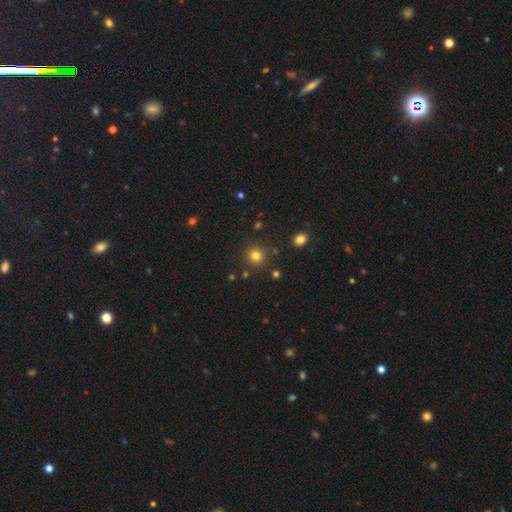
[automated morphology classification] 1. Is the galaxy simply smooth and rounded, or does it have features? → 79% smooth, 16% star or artifact, 6% featured or disk.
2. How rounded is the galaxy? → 91% round, 8% in between, 1% cigar-shaped.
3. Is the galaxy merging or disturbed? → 87% none, 7% minor disturbance, 3% merger, 3% major disturbance.